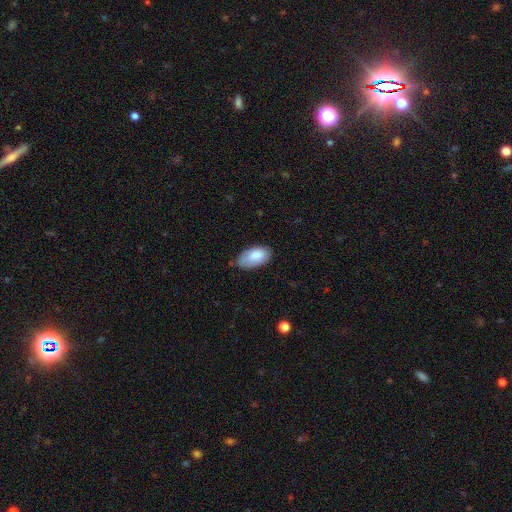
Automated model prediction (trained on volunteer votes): A smooth galaxy with no disk features (85%) that is in between round and cigar-shaped (95%).

Vote fractions:
- Smooth or featured? smooth: 85% / featured or disk: 9% / star or artifact: 6%
- How rounded? in between: 95% / round: 3% / cigar-shaped: 2%
- Merging? none: 70% / minor disturbance: 25% / major disturbance: 4% / merger: 1%